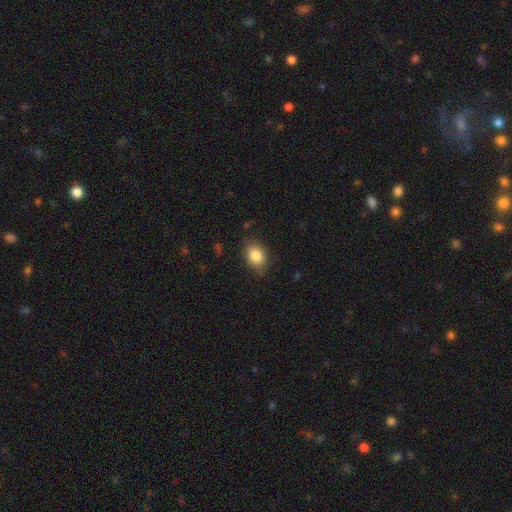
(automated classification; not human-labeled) Smooth or featured?
  - smooth: 85% *
  - star or artifact: 8%
  - featured or disk: 7%
How rounded?
  - in between: 72% *
  - round: 27%
  - cigar-shaped: 1%
Merging?
  - none: 82% *
  - minor disturbance: 14%
  - major disturbance: 3%
  - merger: 1%